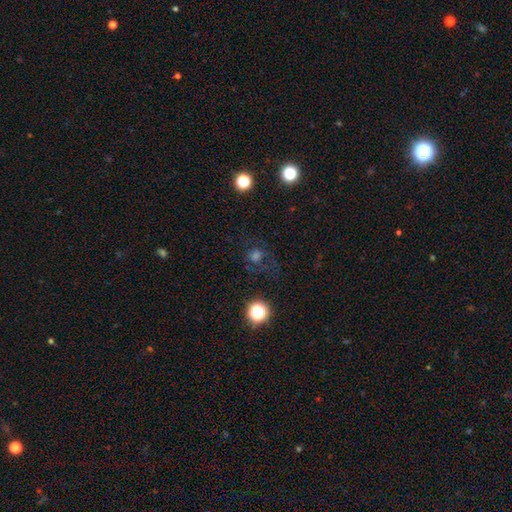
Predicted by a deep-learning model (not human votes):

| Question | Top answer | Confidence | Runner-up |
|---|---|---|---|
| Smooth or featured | smooth | 46% | star or artifact (34%) |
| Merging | none | 58% | major disturbance (21%) |